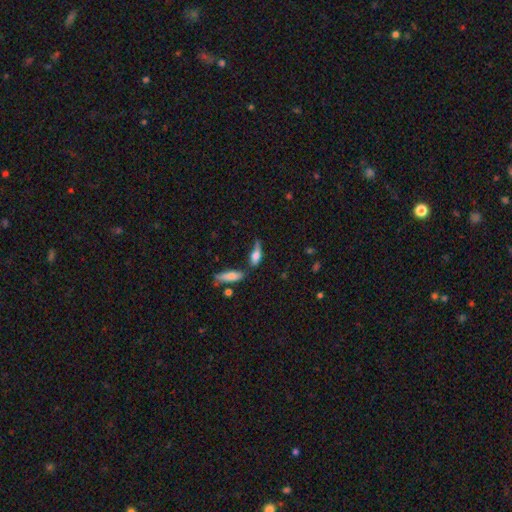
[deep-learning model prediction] This is likely a smooth galaxy (70%). How rounded: possibly in between (60%). Merging: marginally none (43%).